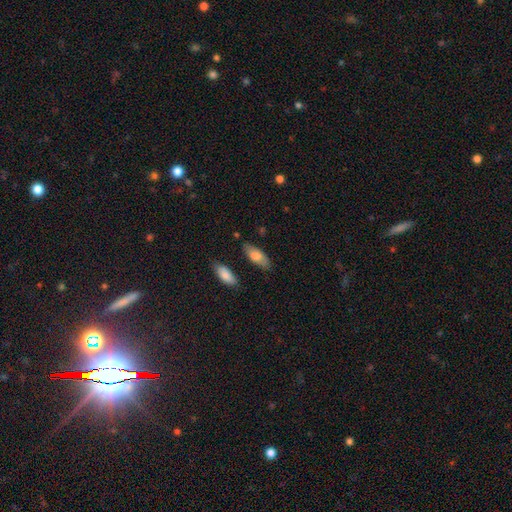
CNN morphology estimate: Overall: smooth (76%). How rounded: in between (80%). Merging: none (77%).